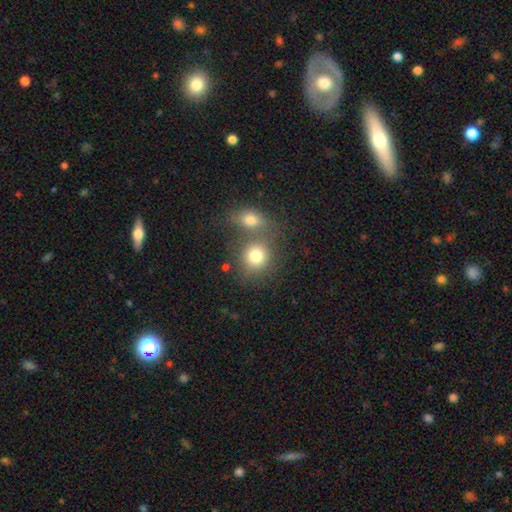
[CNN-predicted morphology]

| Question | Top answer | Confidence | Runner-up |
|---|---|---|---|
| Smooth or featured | smooth | 78% | star or artifact (11%) |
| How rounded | round | 77% | in between (22%) |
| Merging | merger | 44% | none (43%) |